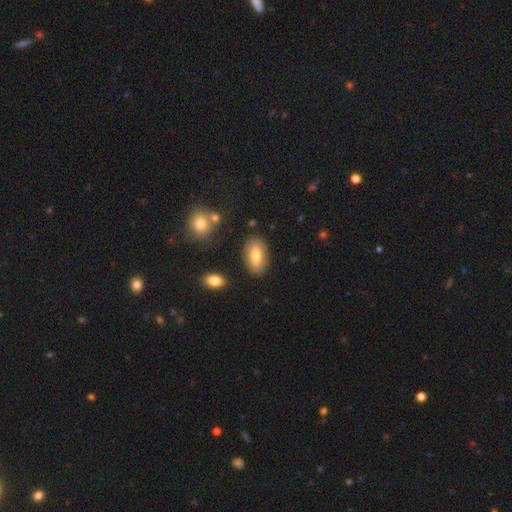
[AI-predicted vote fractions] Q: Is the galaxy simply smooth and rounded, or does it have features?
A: smooth — 71%.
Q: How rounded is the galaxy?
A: in between — 91%.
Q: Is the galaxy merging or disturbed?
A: none — 83%.